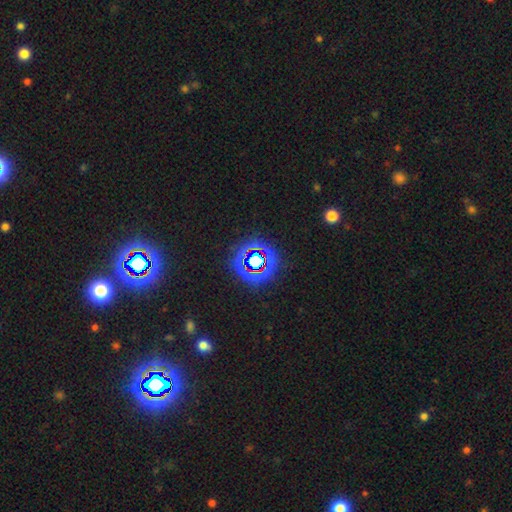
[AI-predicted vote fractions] Smooth or featured? star or artifact (77%)